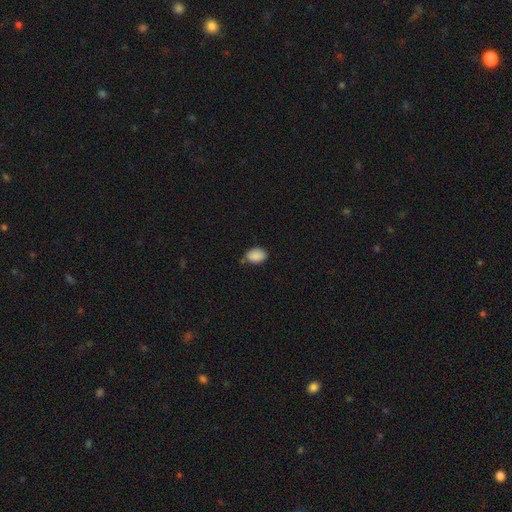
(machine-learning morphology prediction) type=smooth (88%); roundness=in between (76%); merging=none (66%).